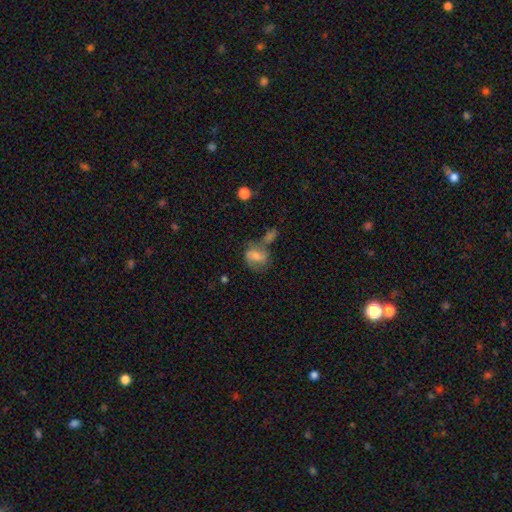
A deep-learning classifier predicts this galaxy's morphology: smooth_or_featured: smooth (p=0.55) [alt: featured or disk p=0.35]
how_rounded: in between (p=0.60) [alt: round p=0.37]
merging: none (p=0.38) [alt: merger p=0.33]